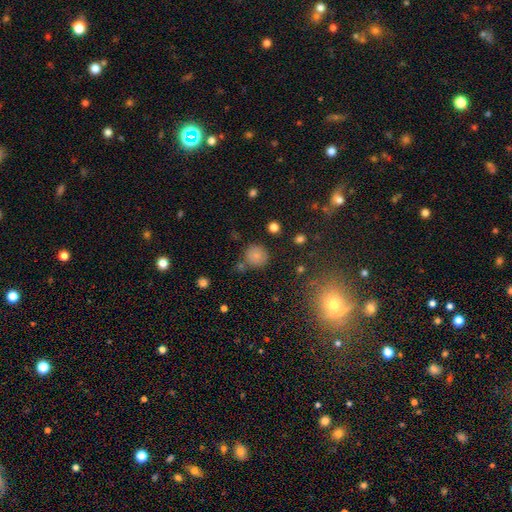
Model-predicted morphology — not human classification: A smooth galaxy with no disk features (80%) that is round (91%). Merging: none (77%).